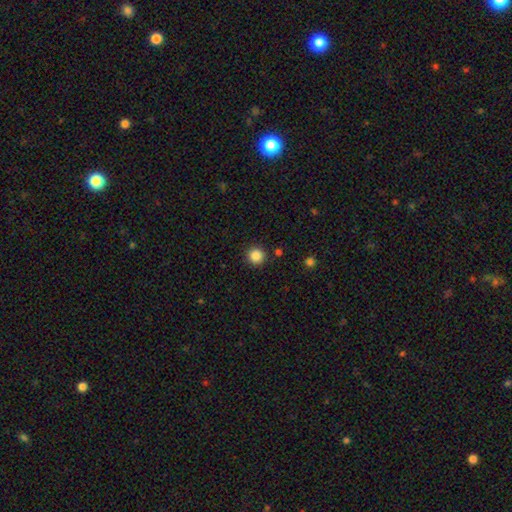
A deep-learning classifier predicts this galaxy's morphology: A smooth galaxy with no disk features (86%) that is round (96%). Merging: none (91%).